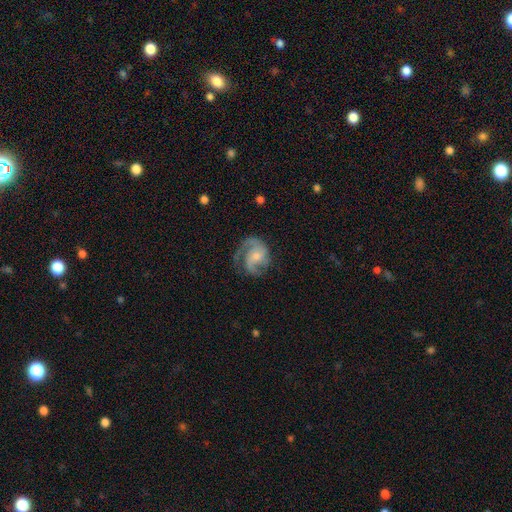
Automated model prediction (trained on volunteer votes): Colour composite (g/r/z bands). It shows a featured or disk galaxy (84%) with no bar (60%), 2 (63%) medium (52%) spiral arms (96%) and a small central bulge (50%). Merging: none (64%).